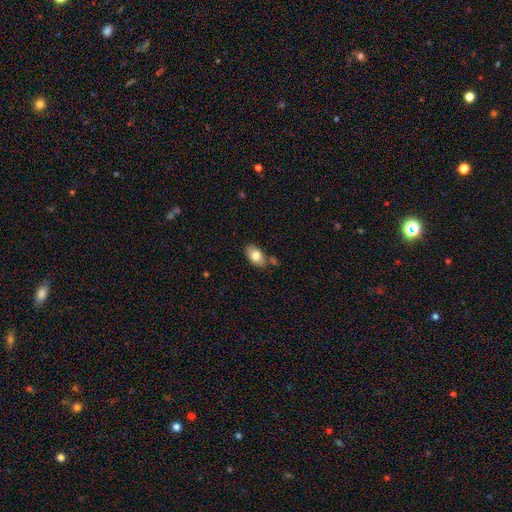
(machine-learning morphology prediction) Q: Smooth or featured?
A: smooth (79%); runner-up: featured or disk (14%)
Q: How rounded?
A: in between (91%); runner-up: round (7%)
Q: Merging?
A: none (71%); runner-up: minor disturbance (16%)